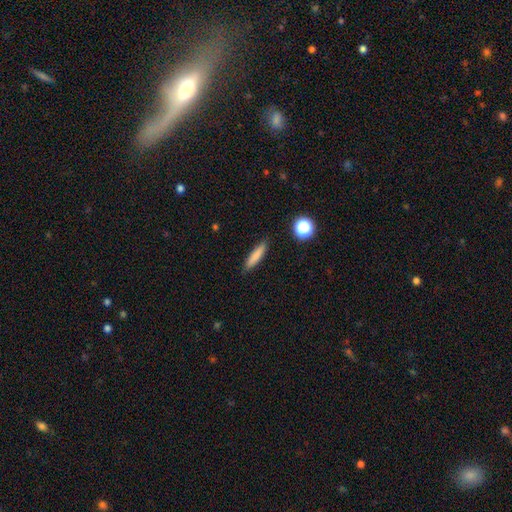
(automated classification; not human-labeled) smooth 81%, featured or disk 11%, star or artifact 8%. Down the decision tree: how rounded — cigar-shaped (83%); merging — none (88%).